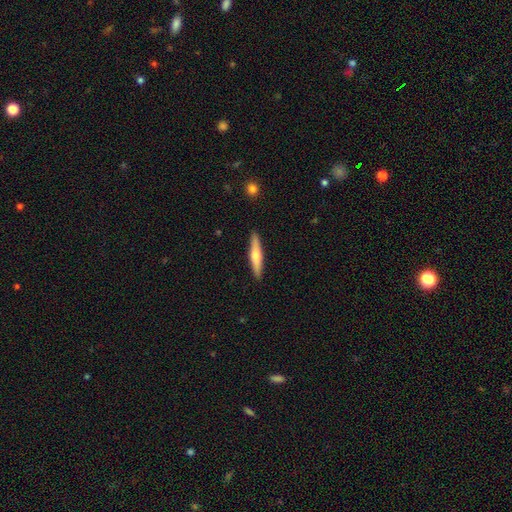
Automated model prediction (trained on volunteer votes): This appears to be a smooth galaxy with no disk features (48%). Merging: none (91%).